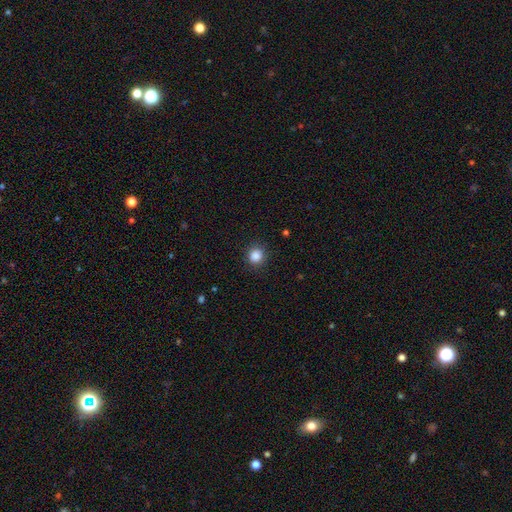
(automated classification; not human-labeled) Smooth or featured?
  - smooth: 86% *
  - star or artifact: 11%
  - featured or disk: 3%
How rounded?
  - round: 87% *
  - in between: 12%
  - cigar-shaped: 1%
Merging?
  - none: 88% *
  - minor disturbance: 8%
  - major disturbance: 3%
  - merger: 1%